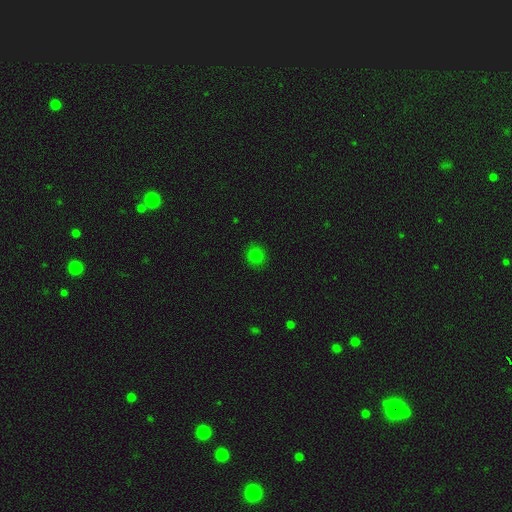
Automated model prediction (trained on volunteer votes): A smooth galaxy with no disk features (79%) that is round (84%). Merging: none (90%).